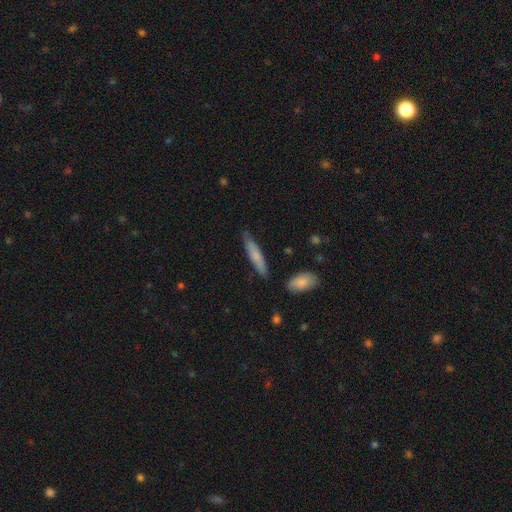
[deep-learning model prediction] A smooth galaxy with no disk features (70%) that is cigar-shaped (87%).

Vote fractions:
- Smooth or featured? smooth: 70% / featured or disk: 25% / star or artifact: 6%
- How rounded? cigar-shaped: 87% / in between: 11% / round: 1%
- Merging? none: 79% / minor disturbance: 16% / merger: 3% / major disturbance: 3%